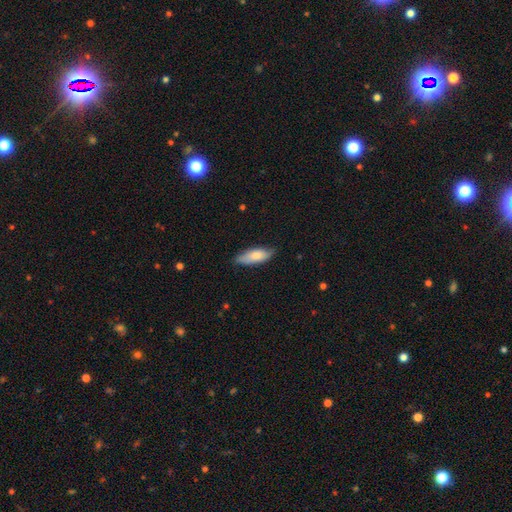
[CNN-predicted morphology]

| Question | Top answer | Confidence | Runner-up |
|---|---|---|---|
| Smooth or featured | smooth | 75% | featured or disk (19%) |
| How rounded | in between | 70% | cigar-shaped (28%) |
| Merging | none | 75% | minor disturbance (21%) |